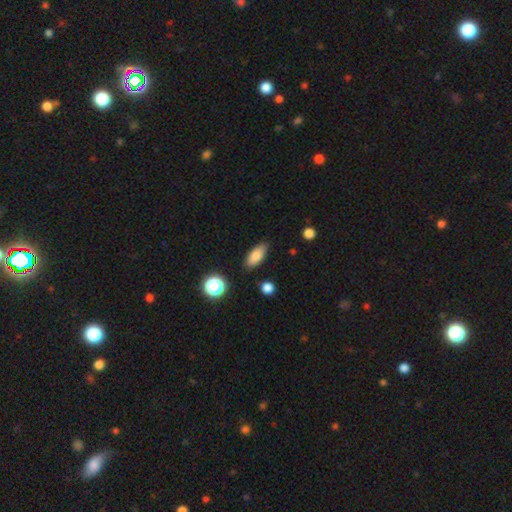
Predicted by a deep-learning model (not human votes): The model was most divided on "how rounded": in between: 80%, cigar-shaped: 16%, round: 4%. More confident: merging — none (85%); smooth or featured — smooth (81%).